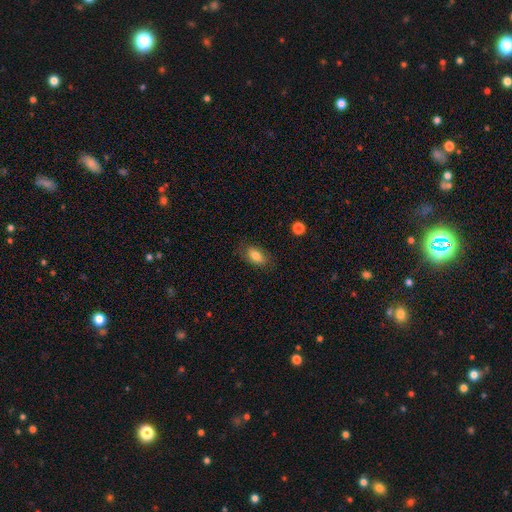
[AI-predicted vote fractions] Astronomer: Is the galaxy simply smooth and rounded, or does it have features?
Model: smooth — 78%.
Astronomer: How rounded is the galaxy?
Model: in between — 89%.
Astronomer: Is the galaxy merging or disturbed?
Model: none — 80%.